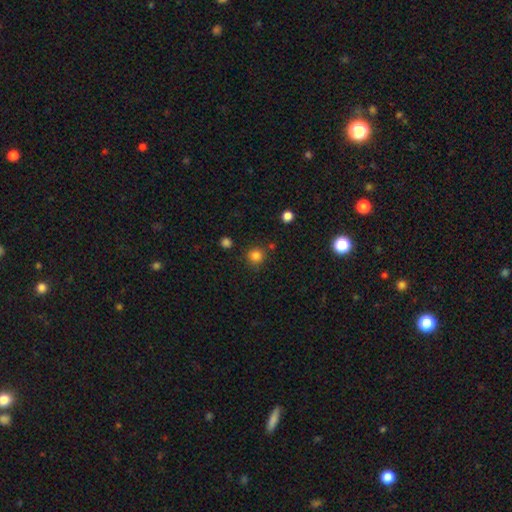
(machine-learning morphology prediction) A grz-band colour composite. It shows a smooth galaxy with no disk features (82%) that is round (92%). Merging: none (82%).